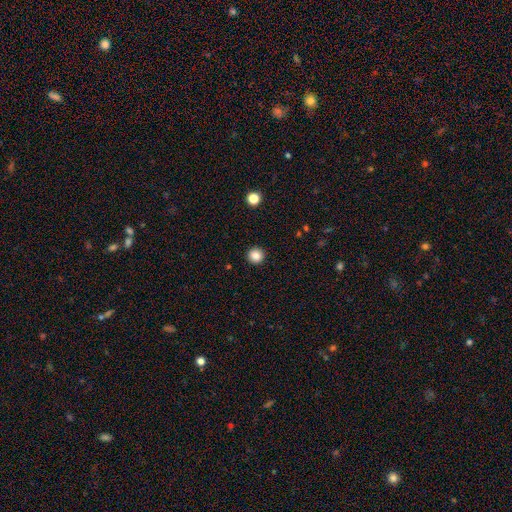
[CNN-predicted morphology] smooth_or_featured: smooth (p=0.86) [alt: star or artifact p=0.11]
how_rounded: round (p=0.94) [alt: in between p=0.05]
merging: none (p=0.93) [alt: minor disturbance p=0.05]